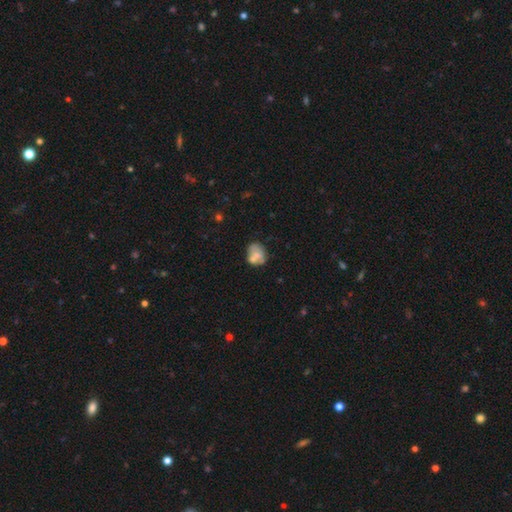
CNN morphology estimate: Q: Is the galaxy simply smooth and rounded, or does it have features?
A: smooth — 59%.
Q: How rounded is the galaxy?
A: in between — 53%.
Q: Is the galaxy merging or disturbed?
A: none — 41%.